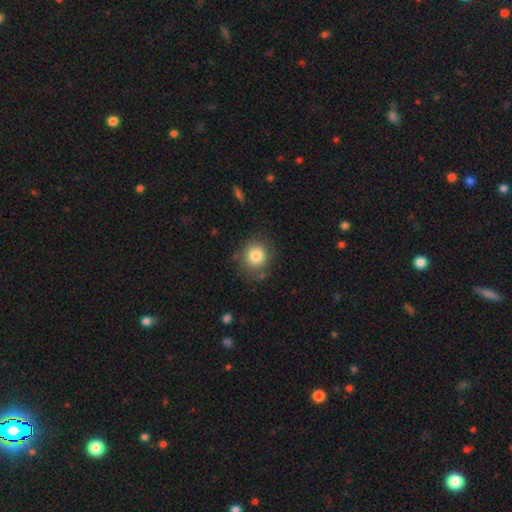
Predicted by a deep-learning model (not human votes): Morphology: type=smooth (81%); roundness=round (88%); merging=none (80%).